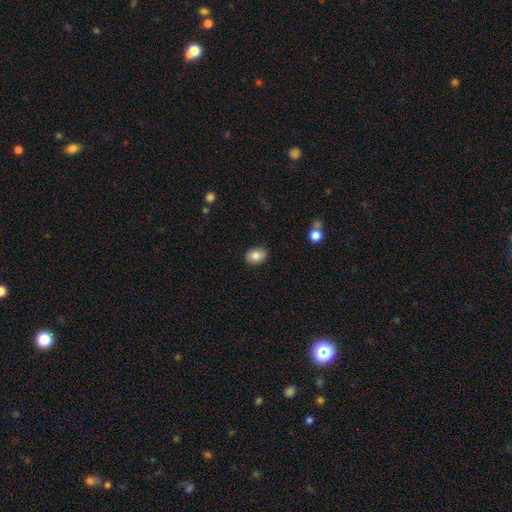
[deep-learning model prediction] This appears to be a smooth galaxy with no disk features (84%) that is in between round and cigar-shaped (72%). Merging: none (82%).